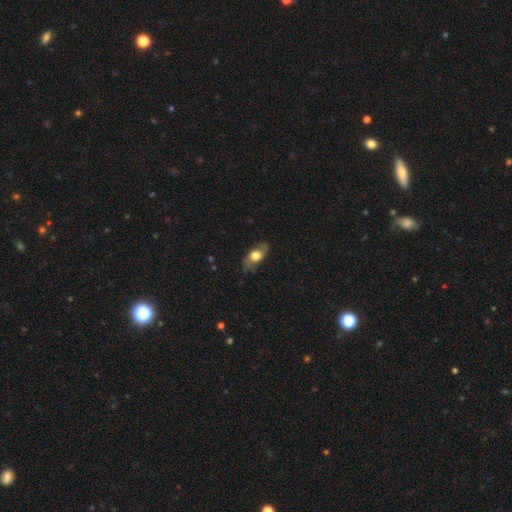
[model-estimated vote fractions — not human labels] Smooth or featured? smooth (57%)
How rounded? in between (81%)
Merging? none (72%)